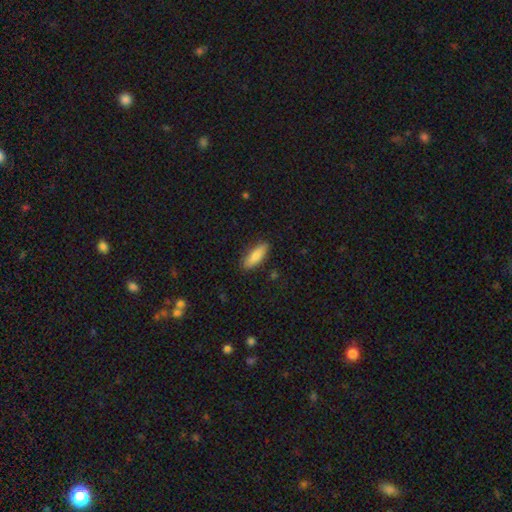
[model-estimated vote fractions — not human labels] A smooth galaxy with no disk features (82%) that is in between round and cigar-shaped (52%).

Vote fractions:
- Smooth or featured? smooth: 82% / featured or disk: 12% / star or artifact: 6%
- How rounded? in between: 52% / cigar-shaped: 46% / round: 2%
- Merging? none: 86% / minor disturbance: 10% / major disturbance: 2% / merger: 1%